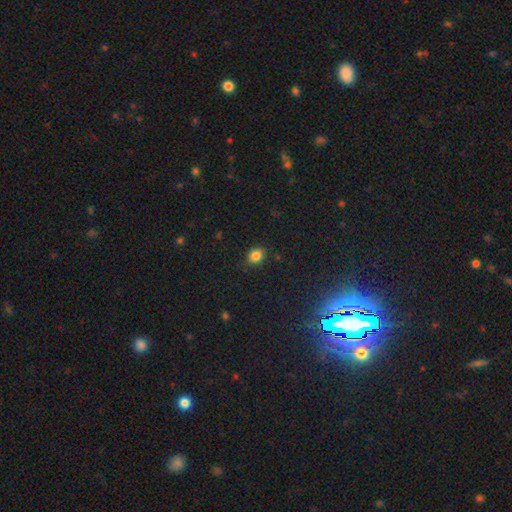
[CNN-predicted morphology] type=smooth (84%); roundness=in between (53%); merging=none (84%).